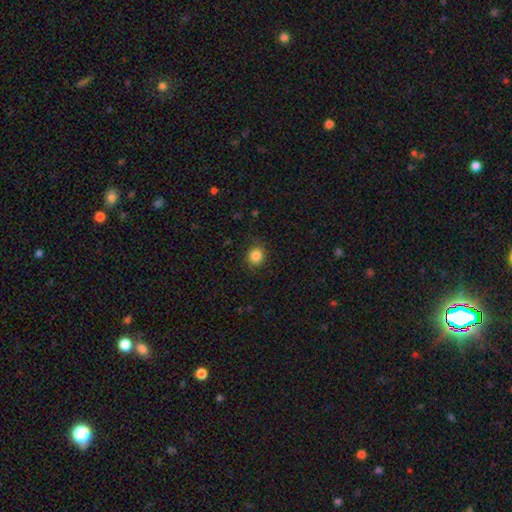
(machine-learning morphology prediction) smooth-or-featured: smooth: 85% | star or artifact: 11% | featured or disk: 4%
  how-rounded: round: 81% | in between: 18% | cigar-shaped: 1%
  merging: none: 87% | minor disturbance: 10% | major disturbance: 3% | merger: 1%